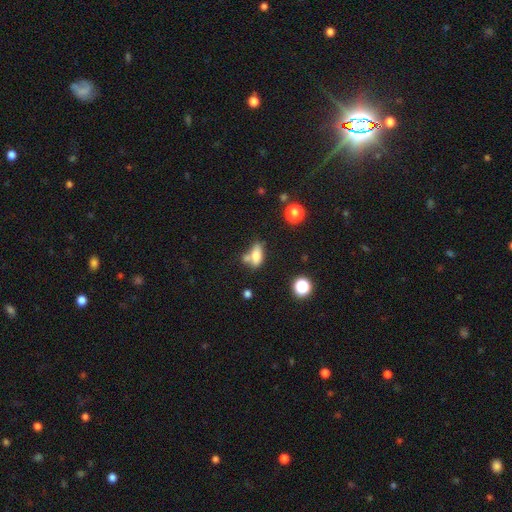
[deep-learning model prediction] Overall: smooth (72%). How rounded: in between (81%). Merging: none (45%; merger 33%).